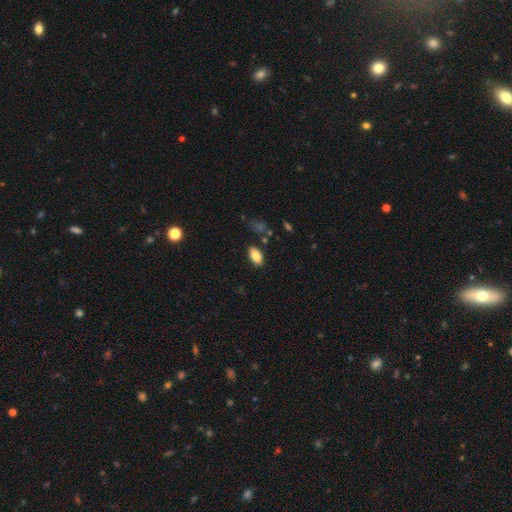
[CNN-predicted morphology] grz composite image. It shows a smooth galaxy with no disk features (84%) that is in between round and cigar-shaped (93%). Merging: none (83%).